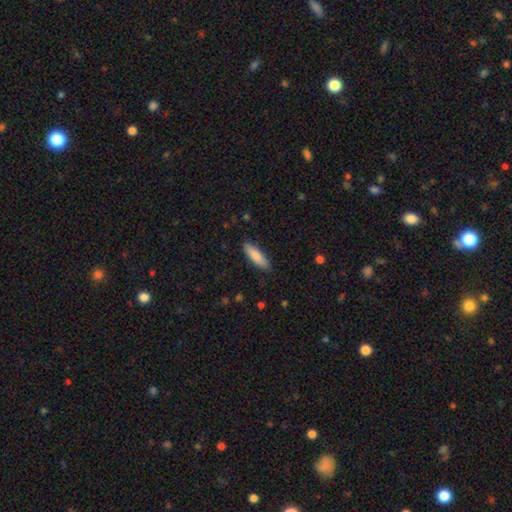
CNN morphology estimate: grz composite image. It shows a smooth galaxy with no disk features (83%) that is cigar-shaped (58%). Merging: none (88%).